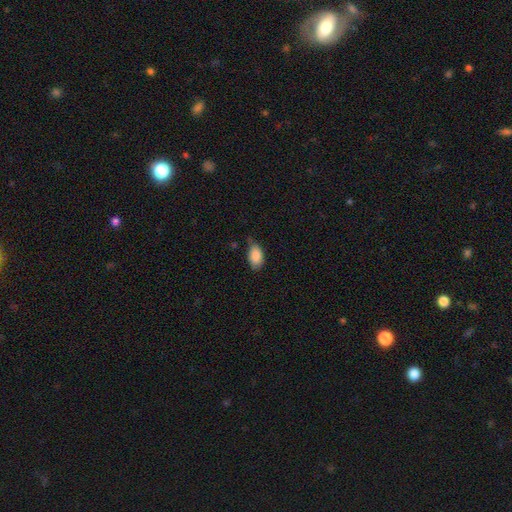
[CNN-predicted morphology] smooth_or_featured: smooth (p=0.88) [alt: star or artifact p=0.07]
how_rounded: in between (p=0.92) [alt: round p=0.06]
merging: none (p=0.56) [alt: minor disturbance p=0.35]